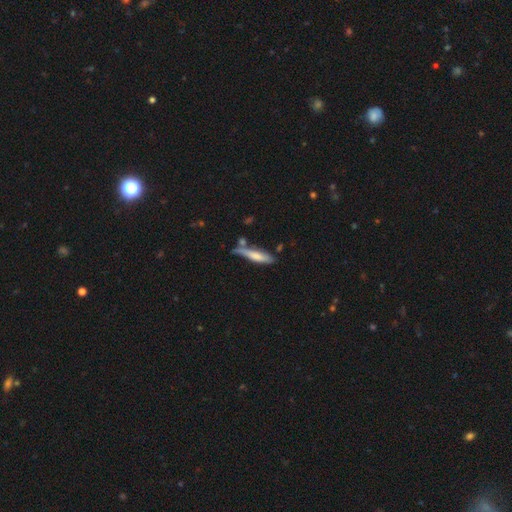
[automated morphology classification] Overall: smooth (65%; featured or disk 29%). How rounded: cigar-shaped (81%). Merging: none (54%; minor disturbance 25%).